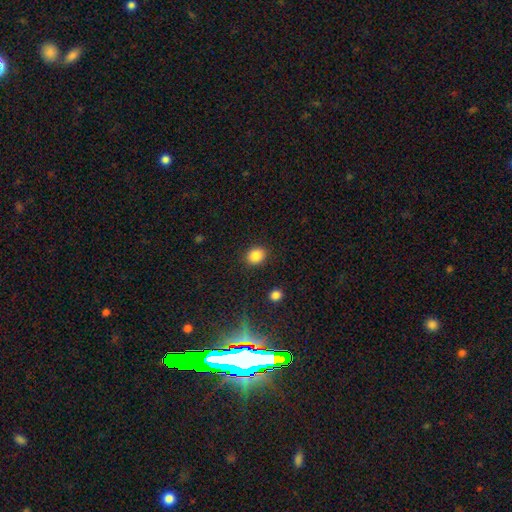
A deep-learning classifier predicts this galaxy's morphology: This appears to be a smooth galaxy with no disk features (86%) that is round (60%). Merging: none (89%).